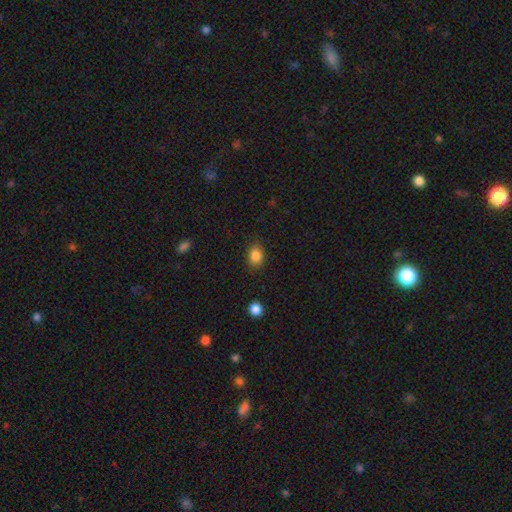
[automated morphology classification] smooth-or-featured: smooth: 85% | star or artifact: 10% | featured or disk: 5%
  how-rounded: in between: 55% | round: 44% | cigar-shaped: 1%
  merging: none: 80% | minor disturbance: 15% | major disturbance: 3% | merger: 1%